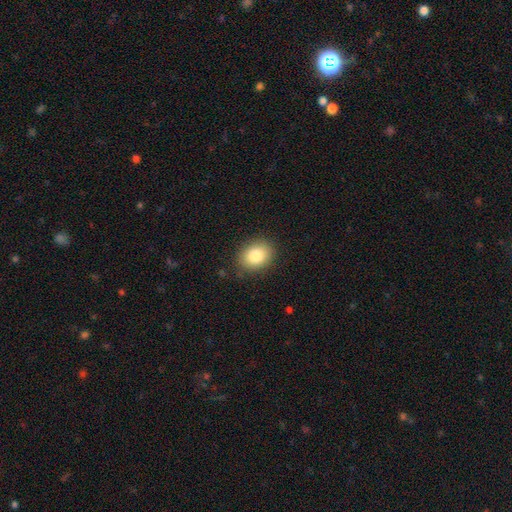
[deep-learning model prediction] A smooth galaxy with no disk features (83%) that is in between round and cigar-shaped (58%). Merging: none (86%).